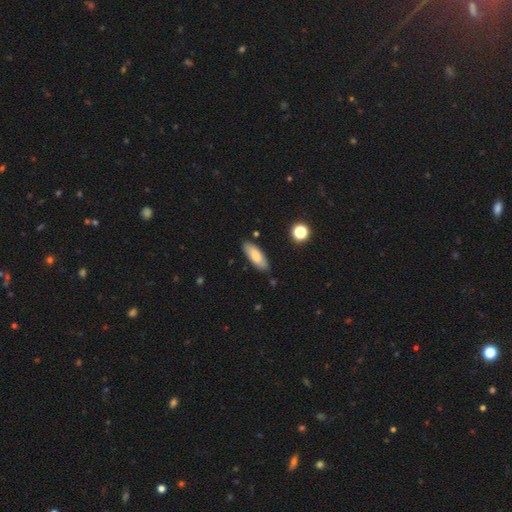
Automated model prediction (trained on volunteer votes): Smooth or featured: smooth — 78% (featured or disk — 15%)
How rounded: in between — 71% (cigar-shaped — 27%)
Merging: none — 85% (minor disturbance — 11%)